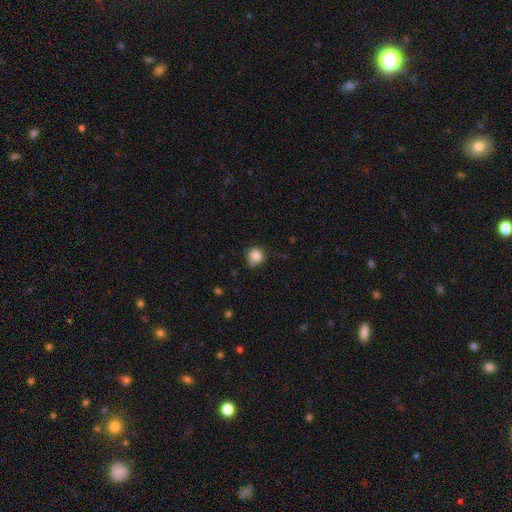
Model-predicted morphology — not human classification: This appears to be a smooth galaxy with no disk features (83%) that is round (81%). Merging: none (61%).